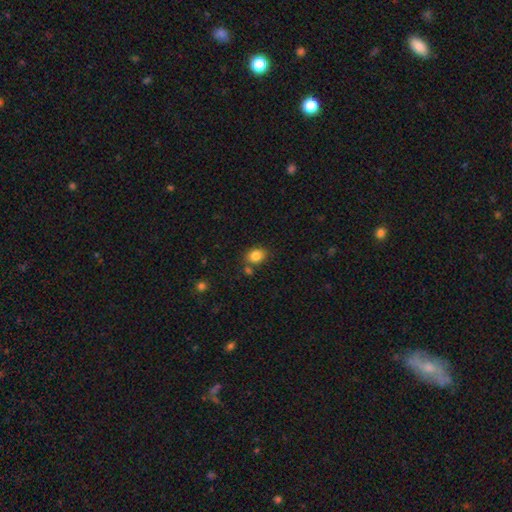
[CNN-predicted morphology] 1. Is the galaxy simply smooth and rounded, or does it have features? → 84% smooth, 10% star or artifact, 6% featured or disk.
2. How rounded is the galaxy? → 54% in between, 45% round, 1% cigar-shaped.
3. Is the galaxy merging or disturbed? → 72% none, 14% minor disturbance, 11% merger, 4% major disturbance.